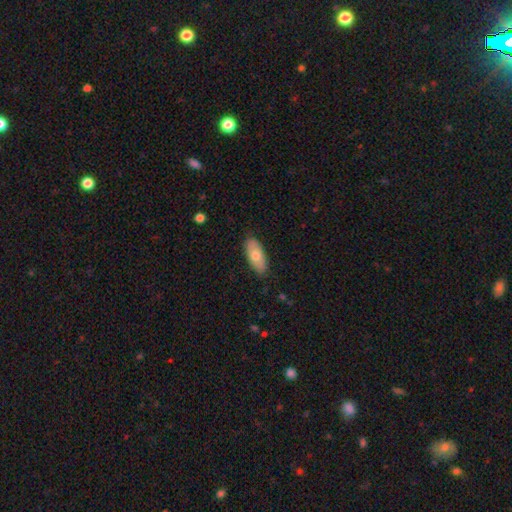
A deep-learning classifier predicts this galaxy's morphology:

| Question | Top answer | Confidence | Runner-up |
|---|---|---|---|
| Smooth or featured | smooth | 71% | featured or disk (24%) |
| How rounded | in between | 88% | cigar-shaped (9%) |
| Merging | none | 85% | minor disturbance (12%) |